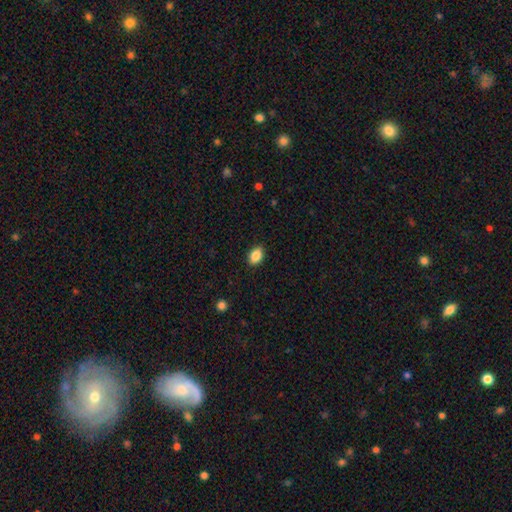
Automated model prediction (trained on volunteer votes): The model was most divided on "how rounded": in between: 83%, round: 16%, cigar-shaped: 1%. More confident: merging — none (88%); smooth or featured — smooth (87%).